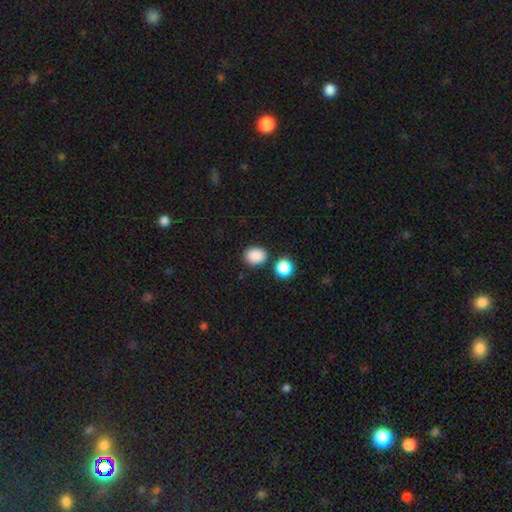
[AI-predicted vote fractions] A smooth galaxy with no disk features (87%) that is round (50%).

Vote fractions:
- Smooth or featured? smooth: 87% / star or artifact: 10% / featured or disk: 3%
- How rounded? round: 50% / in between: 49% / cigar-shaped: 1%
- Merging? none: 80% / minor disturbance: 10% / merger: 7% / major disturbance: 3%